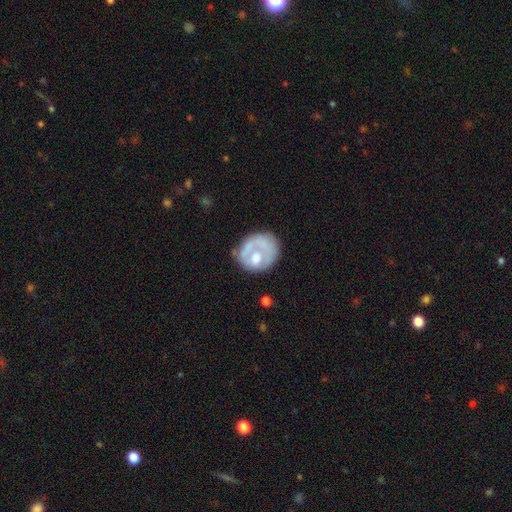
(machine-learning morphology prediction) A smooth galaxy with no disk features (48%). Merging: none (49%).